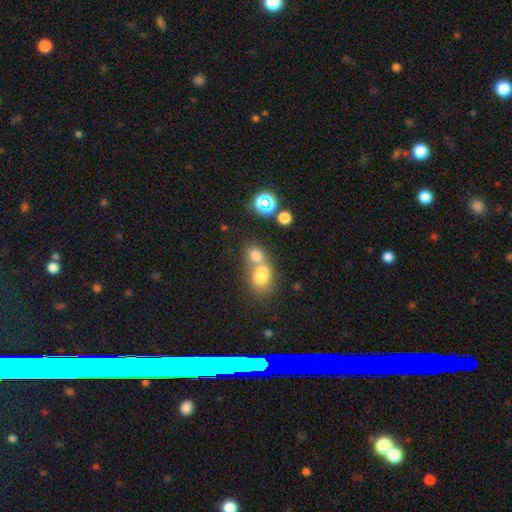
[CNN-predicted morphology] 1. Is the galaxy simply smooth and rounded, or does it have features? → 70% smooth, 17% star or artifact, 14% featured or disk.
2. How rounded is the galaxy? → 66% round, 33% in between, 1% cigar-shaped.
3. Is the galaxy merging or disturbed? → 60% merger, 30% none, 6% minor disturbance, 4% major disturbance.